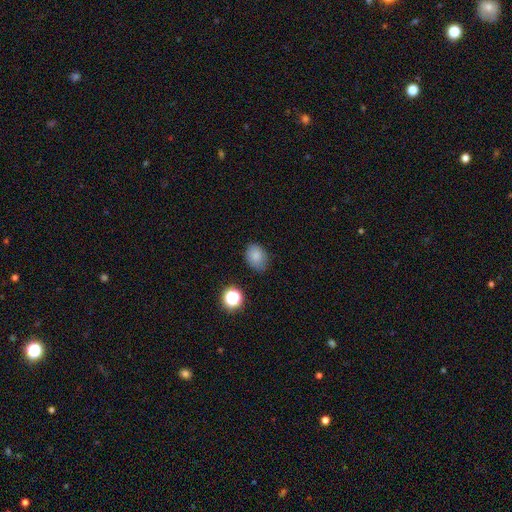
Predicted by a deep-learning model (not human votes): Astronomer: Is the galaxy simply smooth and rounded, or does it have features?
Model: smooth — 81%.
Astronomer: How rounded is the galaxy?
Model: in between — 68%.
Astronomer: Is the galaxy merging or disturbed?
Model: none — 75%.